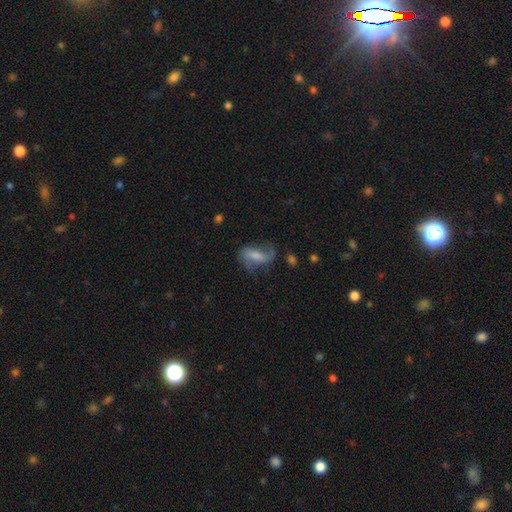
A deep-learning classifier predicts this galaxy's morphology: Smooth or featured? Predicted: featured or disk (p=0.55). Edge-on disk? Predicted: no (p=0.93). Bar? Predicted: weak (p=0.40). Spiral arms? Predicted: yes (p=0.83). Bulge size? Predicted: moderate (p=0.34, tied with small). Merging? Predicted: none (p=0.53).